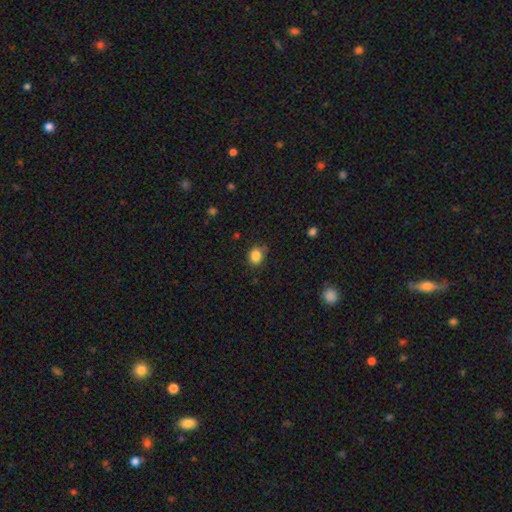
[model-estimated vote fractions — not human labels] Smooth or featured?
  - smooth: 85% *
  - star or artifact: 10%
  - featured or disk: 4%
How rounded?
  - round: 57% *
  - in between: 42%
  - cigar-shaped: 1%
Merging?
  - none: 74% *
  - minor disturbance: 20%
  - major disturbance: 4%
  - merger: 2%